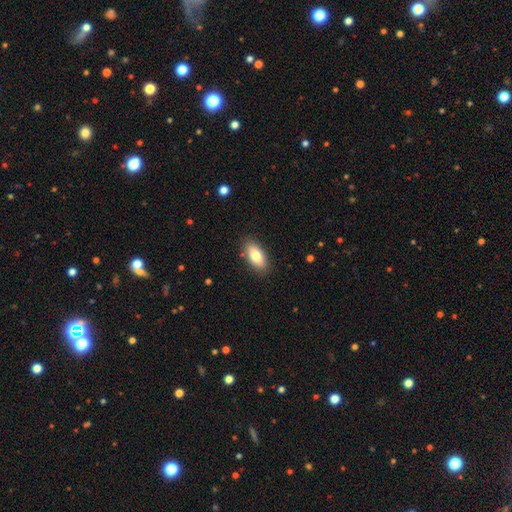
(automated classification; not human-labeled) This is likely a smooth galaxy (80%). How rounded: clearly in between (89%). Merging: clearly none (87%).